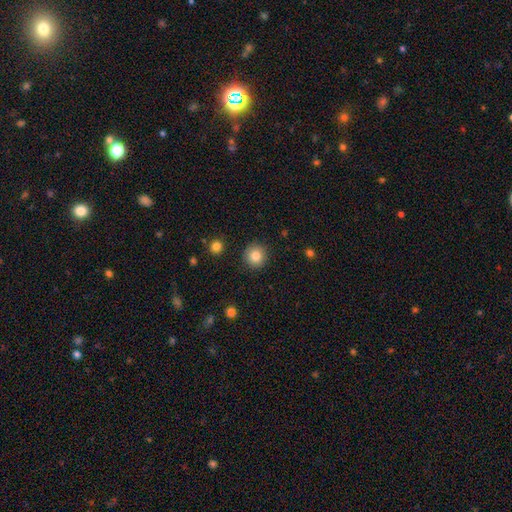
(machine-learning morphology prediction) This appears to be a smooth galaxy with no disk features (83%) that is round (94%). Merging: none (91%).